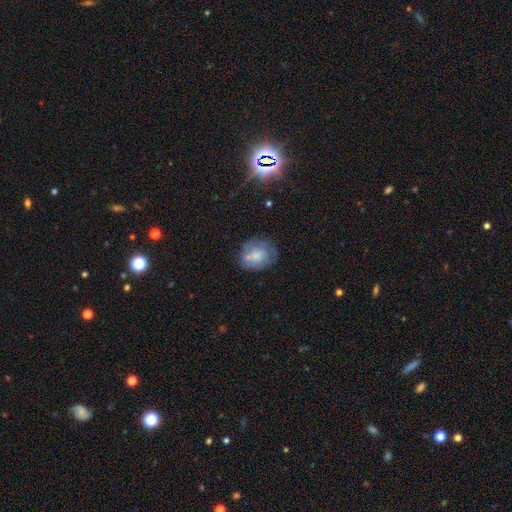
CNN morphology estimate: Smooth or featured?
  - smooth: 55% *
  - featured or disk: 36%
  - star or artifact: 9%
How rounded?
  - round: 57% *
  - in between: 42%
  - cigar-shaped: 1%
Merging?
  - none: 56% *
  - minor disturbance: 25%
  - major disturbance: 12%
  - merger: 8%